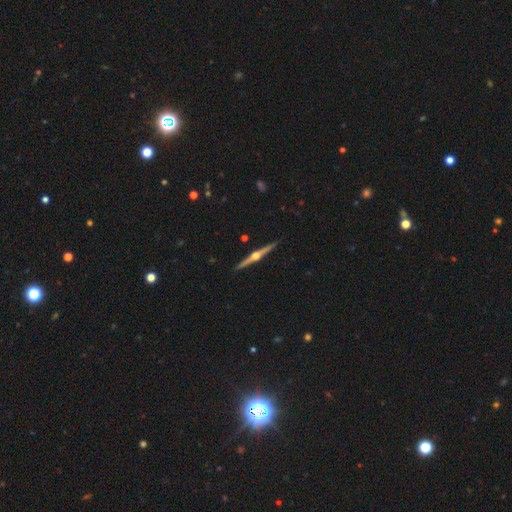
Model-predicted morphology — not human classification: Q: Smooth or featured?
A: featured or disk (87%); runner-up: smooth (8%)
Q: Edge-on disk?
A: yes (99%); runner-up: no (1%)
Q: Edge-on bulge?
A: rounded (96%); runner-up: boxy (2%)
Q: Merging?
A: none (92%); runner-up: minor disturbance (5%)